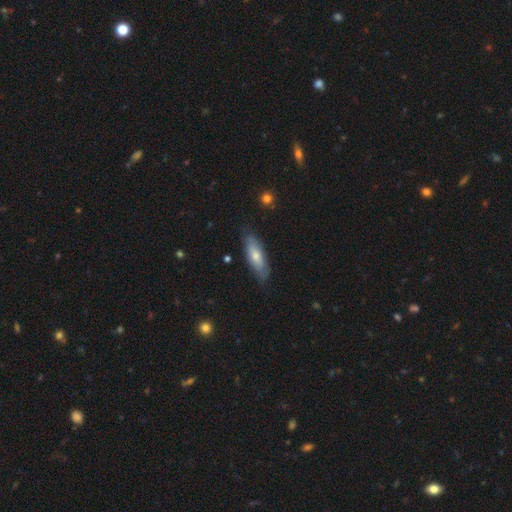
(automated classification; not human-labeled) smooth-or-featured: smooth: 63% | featured or disk: 31% | star or artifact: 6%
  how-rounded: in between: 57% | cigar-shaped: 41% | round: 2%
  merging: none: 79% | minor disturbance: 16% | major disturbance: 3% | merger: 1%